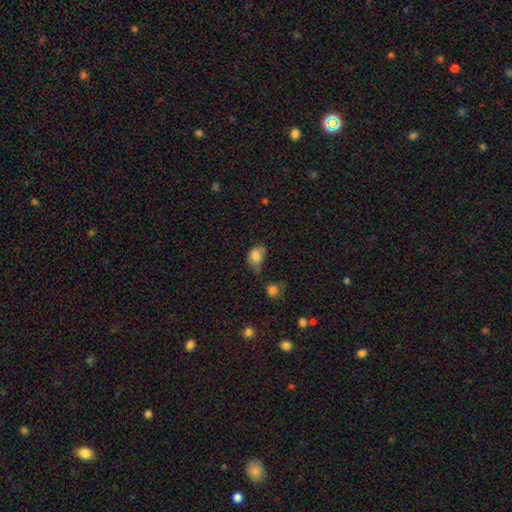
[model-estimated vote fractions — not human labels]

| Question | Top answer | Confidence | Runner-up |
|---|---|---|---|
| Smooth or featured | smooth | 78% | featured or disk (12%) |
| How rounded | in between | 65% | round (34%) |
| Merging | minor disturbance | 39% | none (31%) |